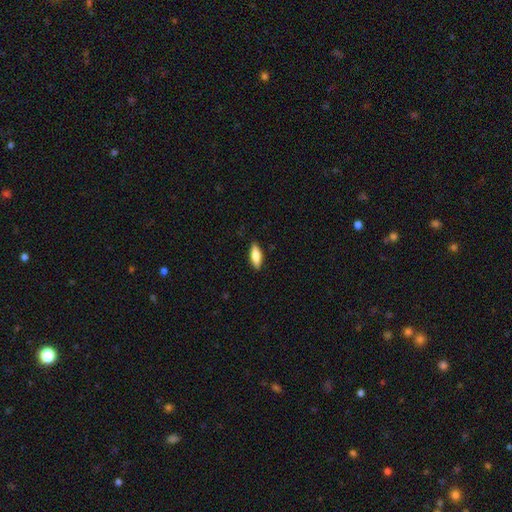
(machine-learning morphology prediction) Smooth or featured? Predicted: smooth (p=0.75). How rounded? Predicted: in between (p=0.62). Merging? Predicted: none (p=0.87).